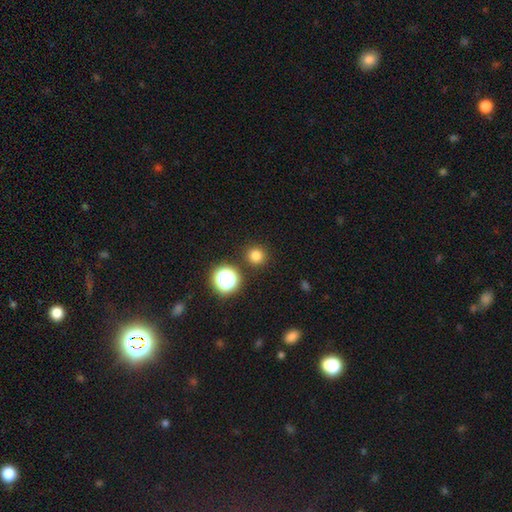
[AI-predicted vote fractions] This is likely a smooth galaxy (79%). How rounded: clearly round (94%). Merging: clearly none (90%).